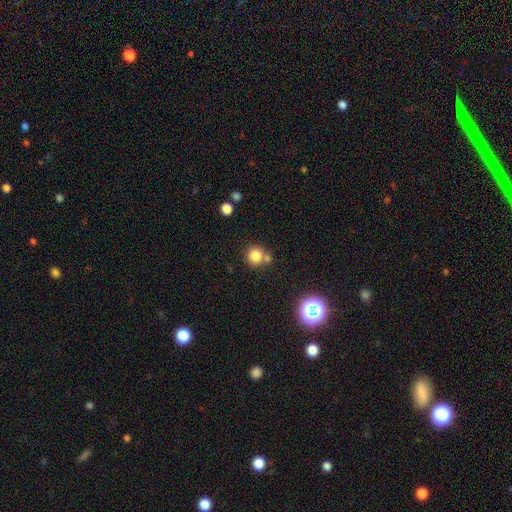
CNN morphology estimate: type=smooth (80%); roundness=round (91%); merging=none (66%).